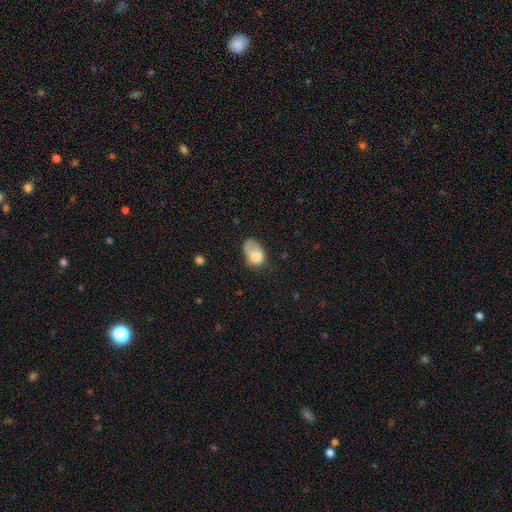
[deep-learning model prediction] A smooth galaxy with no disk features (73%) that is in between round and cigar-shaped (83%).

Vote fractions:
- Smooth or featured? smooth: 73% / featured or disk: 19% / star or artifact: 9%
- How rounded? in between: 83% / round: 16% / cigar-shaped: 1%
- Merging? major disturbance: 33% / minor disturbance: 31% / none: 29% / merger: 8%